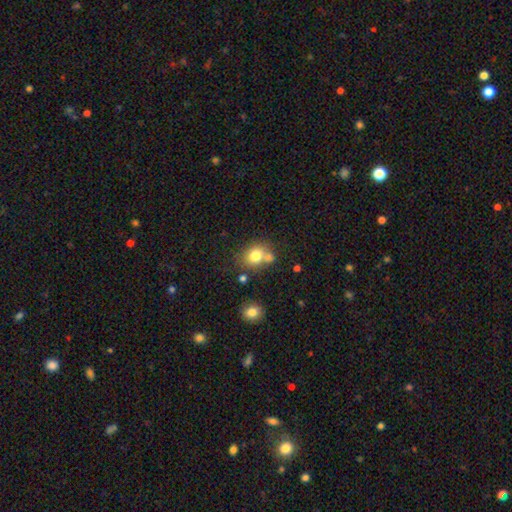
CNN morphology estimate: The model was most divided on "how rounded": round: 58%, in between: 41%, cigar-shaped: 1%. More confident: smooth or featured — smooth (77%); merging — none (53%).